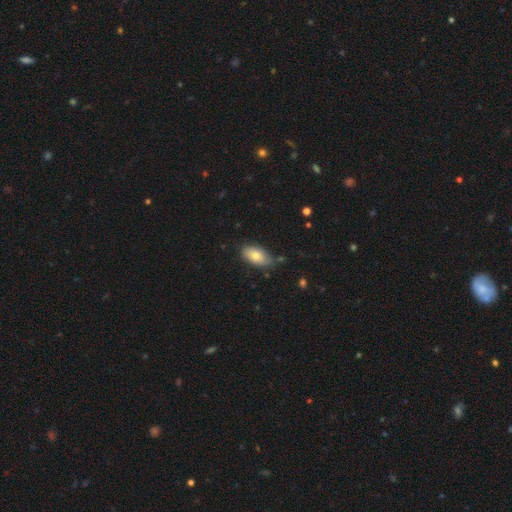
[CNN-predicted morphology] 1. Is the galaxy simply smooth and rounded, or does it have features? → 79% smooth, 13% featured or disk, 7% star or artifact.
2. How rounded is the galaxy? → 93% in between, 4% round, 4% cigar-shaped.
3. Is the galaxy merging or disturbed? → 68% none, 24% minor disturbance, 4% major disturbance, 3% merger.